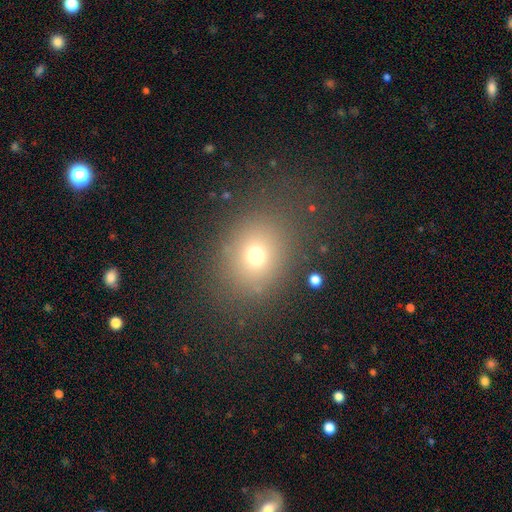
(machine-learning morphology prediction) Smooth or featured?
  - smooth: 69% *
  - star or artifact: 20%
  - featured or disk: 12%
How rounded?
  - round: 58% *
  - in between: 41%
  - cigar-shaped: 1%
Merging?
  - none: 80% *
  - minor disturbance: 11%
  - major disturbance: 7%
  - merger: 2%